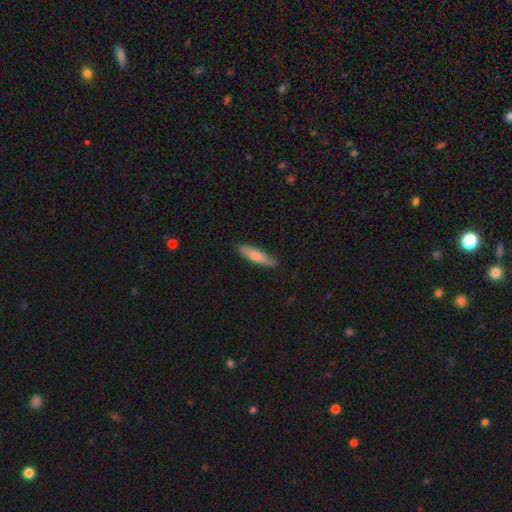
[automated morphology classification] Q: Smooth or featured?
A: smooth (69%); runner-up: featured or disk (25%)
Q: How rounded?
A: cigar-shaped (73%); runner-up: in between (25%)
Q: Merging?
A: none (81%); runner-up: minor disturbance (16%)